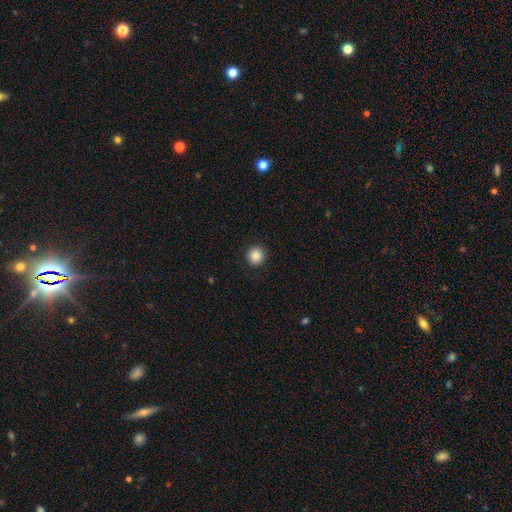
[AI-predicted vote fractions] Smooth or featured? Predicted: smooth (p=0.86). How rounded? Predicted: round (p=0.93). Merging? Predicted: none (p=0.92).